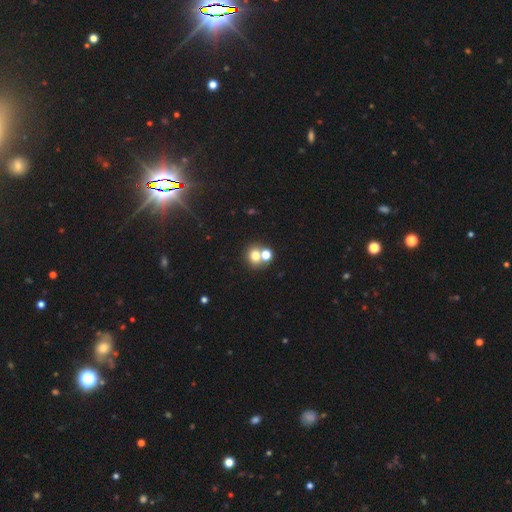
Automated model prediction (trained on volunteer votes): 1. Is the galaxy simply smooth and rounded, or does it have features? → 71% smooth, 16% star or artifact, 13% featured or disk.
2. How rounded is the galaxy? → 77% round, 22% in between, 1% cigar-shaped.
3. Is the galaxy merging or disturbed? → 49% none, 41% merger, 7% minor disturbance, 3% major disturbance.